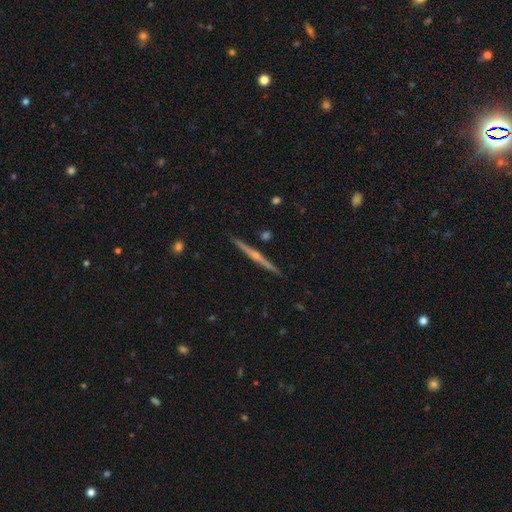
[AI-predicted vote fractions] A featured or disk galaxy (80%) viewed edge-on (99%) with a rounded central bulge (78%). Merging: none (92%).